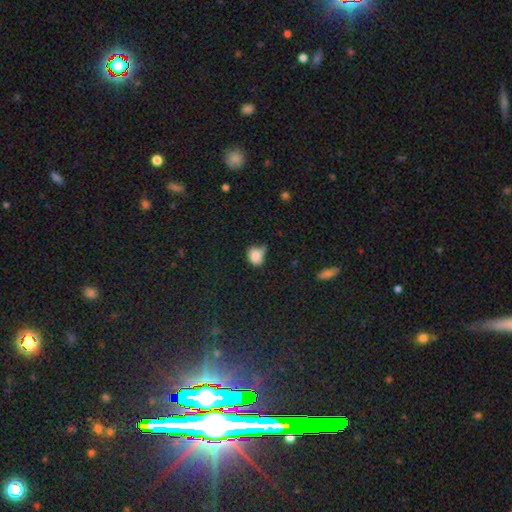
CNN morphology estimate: Smooth or featured?
  - smooth: 80% *
  - star or artifact: 11%
  - featured or disk: 10%
How rounded?
  - in between: 54% *
  - round: 45%
  - cigar-shaped: 2%
Merging?
  - minor disturbance: 43% *
  - none: 32%
  - major disturbance: 18%
  - merger: 7%